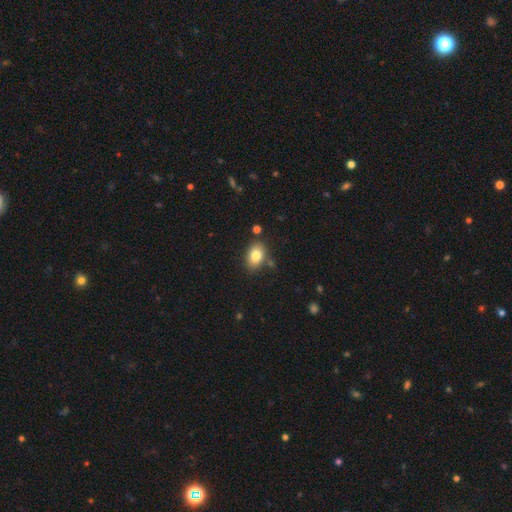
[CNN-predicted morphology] Smooth or featured: smooth — 81% (featured or disk — 10%)
How rounded: in between — 82% (round — 16%)
Merging: none — 79% (minor disturbance — 13%)